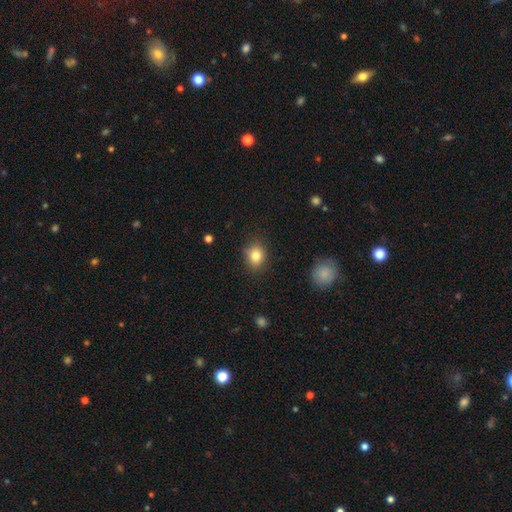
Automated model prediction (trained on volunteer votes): Overall: smooth (82%). How rounded: round (58%; in between 41%). Merging: none (81%).